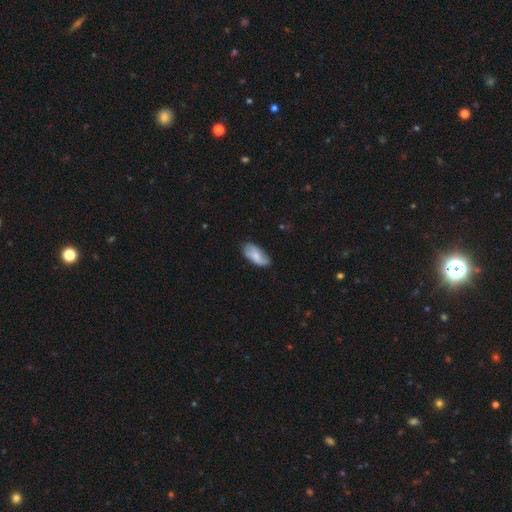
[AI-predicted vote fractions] The model was most divided on "merging": none: 66%, minor disturbance: 27%, major disturbance: 5%, merger: 2%. More confident: how rounded — in between (91%); smooth or featured — smooth (71%).